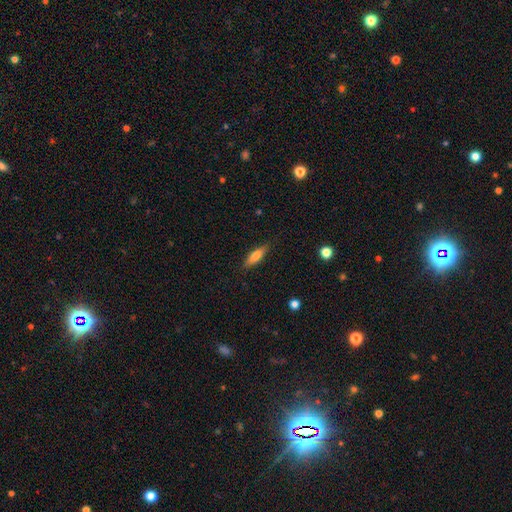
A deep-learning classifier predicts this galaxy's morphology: Smooth or featured?
  - smooth: 67% *
  - featured or disk: 27%
  - star or artifact: 6%
How rounded?
  - cigar-shaped: 61% *
  - in between: 37%
  - round: 2%
Merging?
  - none: 86% *
  - minor disturbance: 10%
  - major disturbance: 2%
  - merger: 1%